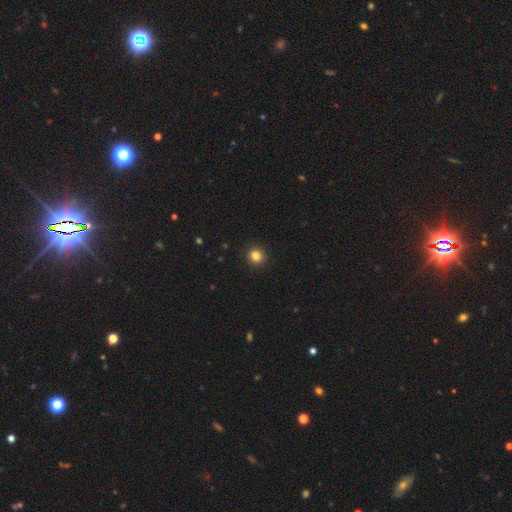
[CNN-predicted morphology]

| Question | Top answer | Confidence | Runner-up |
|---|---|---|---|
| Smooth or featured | smooth | 85% | star or artifact (11%) |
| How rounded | round | 94% | in between (5%) |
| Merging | none | 93% | minor disturbance (5%) |